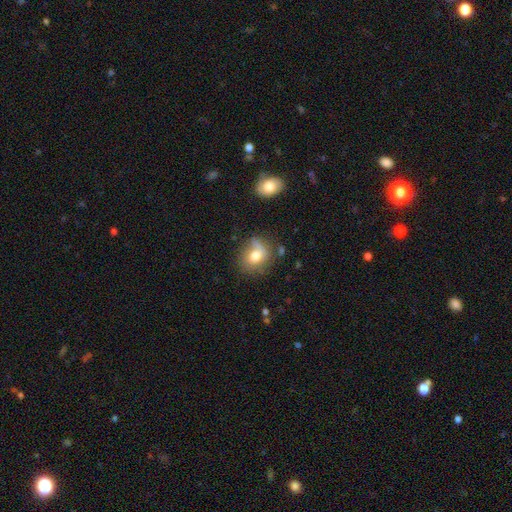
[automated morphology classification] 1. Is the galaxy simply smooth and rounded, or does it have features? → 70% smooth, 20% featured or disk, 10% star or artifact.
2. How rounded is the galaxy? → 61% round, 38% in between, 1% cigar-shaped.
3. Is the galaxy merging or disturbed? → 54% none, 28% minor disturbance, 13% major disturbance, 6% merger.